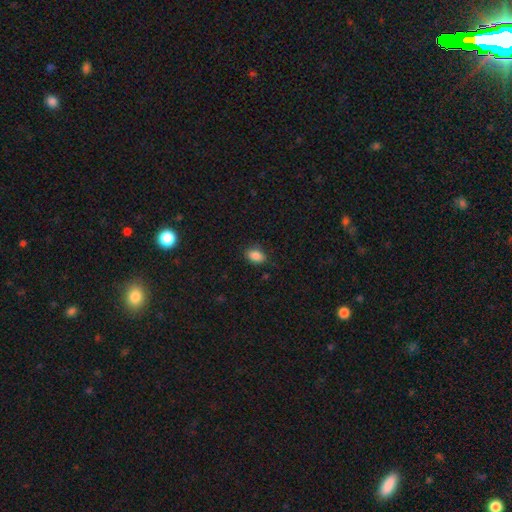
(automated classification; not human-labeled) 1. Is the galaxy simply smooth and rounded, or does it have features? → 86% smooth, 9% star or artifact, 5% featured or disk.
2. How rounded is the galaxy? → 81% in between, 17% round, 2% cigar-shaped.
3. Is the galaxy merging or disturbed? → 81% none, 15% minor disturbance, 3% major disturbance, 1% merger.